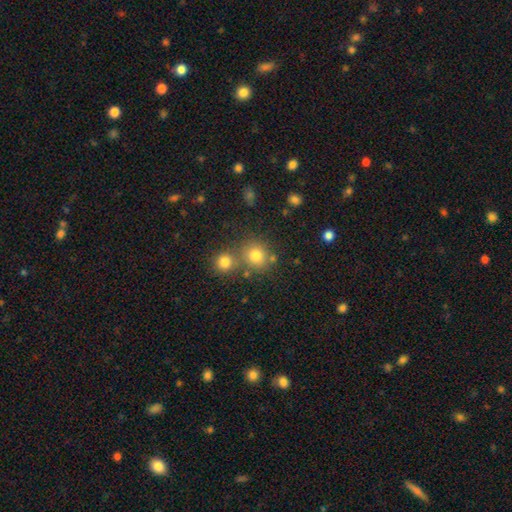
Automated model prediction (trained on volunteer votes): This appears to be a smooth galaxy with no disk features (78%) that is round (86%). Merging: none (63%).